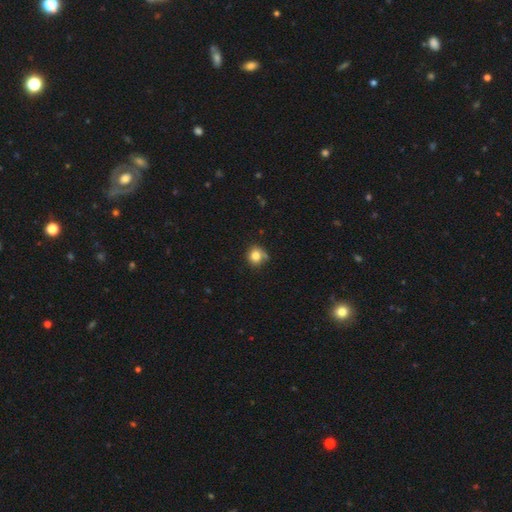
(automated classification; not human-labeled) A smooth galaxy with no disk features (81%) that is round (86%).

Vote fractions:
- Smooth or featured? smooth: 81% / star or artifact: 11% / featured or disk: 8%
- How rounded? round: 86% / in between: 13% / cigar-shaped: 1%
- Merging? none: 69% / minor disturbance: 20% / merger: 6% / major disturbance: 5%